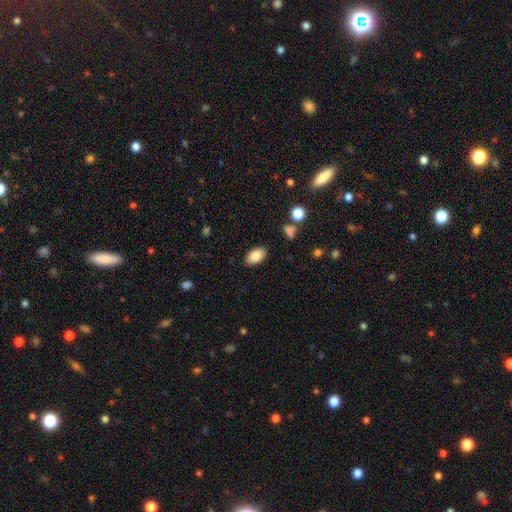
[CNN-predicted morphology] smooth-or-featured: smooth: 85% | star or artifact: 8% | featured or disk: 7%
  how-rounded: in between: 93% | round: 5% | cigar-shaped: 2%
  merging: none: 87% | minor disturbance: 9% | major disturbance: 2% | merger: 1%